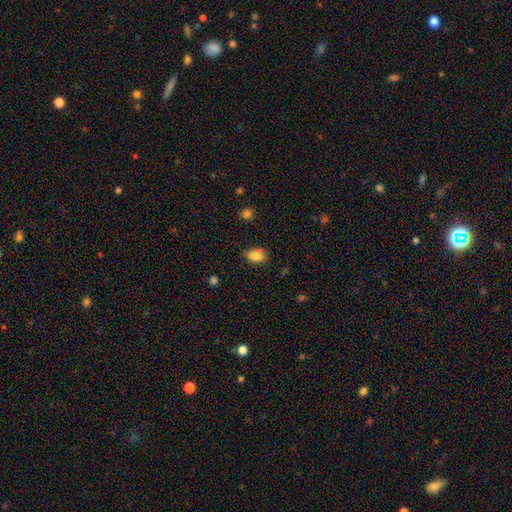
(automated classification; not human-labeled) A smooth galaxy with no disk features (86%) that is in between round and cigar-shaped (83%).

Vote fractions:
- Smooth or featured? smooth: 86% / star or artifact: 9% / featured or disk: 5%
- How rounded? in between: 83% / round: 15% / cigar-shaped: 2%
- Merging? none: 73% / minor disturbance: 21% / major disturbance: 4% / merger: 2%